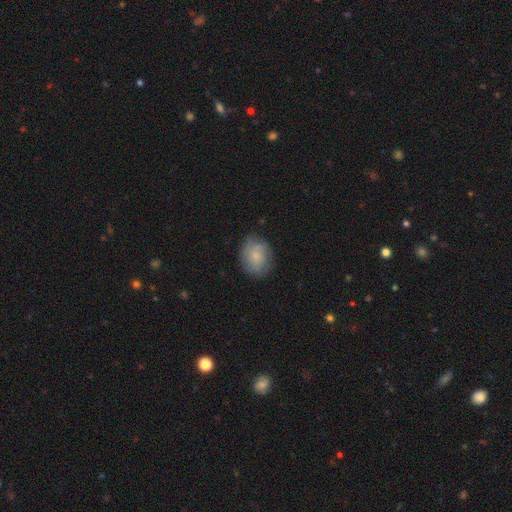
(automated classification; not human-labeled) Overall: smooth (67%). How rounded: round (55%; in between 44%). Merging: none (77%).